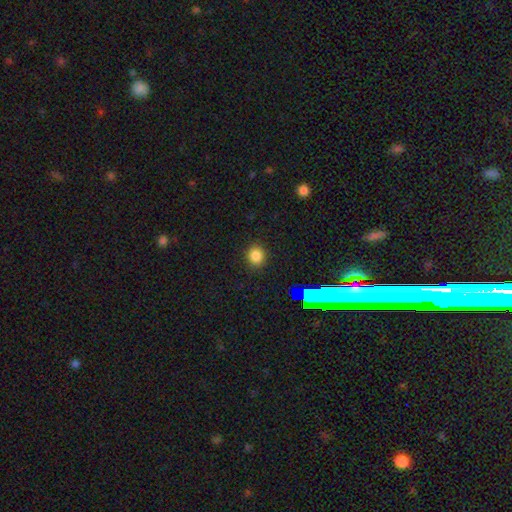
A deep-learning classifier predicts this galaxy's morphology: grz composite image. It shows a smooth galaxy with no disk features (81%) that is round (80%). Merging: none (89%).